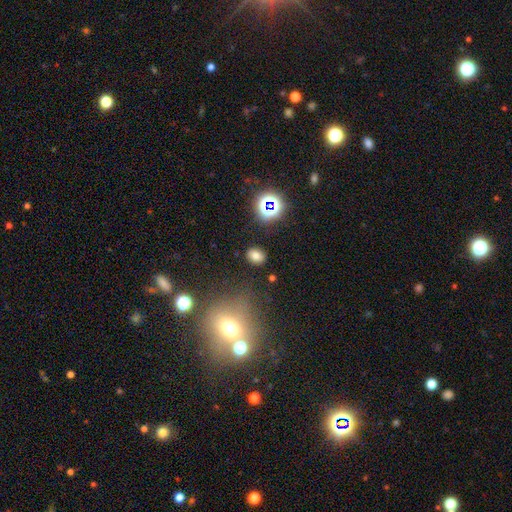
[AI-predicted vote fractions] Smooth or featured: smooth — 73% (star or artifact — 18%)
How rounded: in between — 64% (round — 34%)
Merging: none — 86% (minor disturbance — 9%)